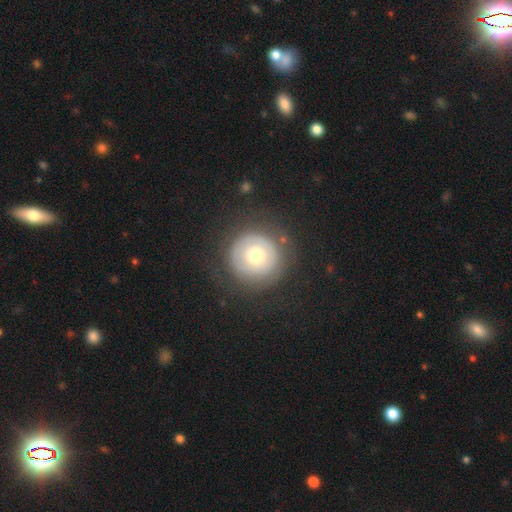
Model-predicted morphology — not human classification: This is possibly a smooth galaxy (56%). How rounded: clearly round (95%). Merging: clearly none (81%).